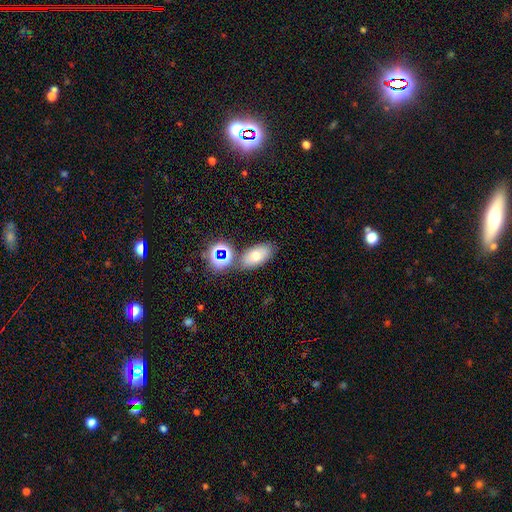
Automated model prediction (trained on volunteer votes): Smooth or featured? Predicted: smooth (p=0.65). How rounded? Predicted: in between (p=0.86). Merging? Predicted: none (p=0.75).